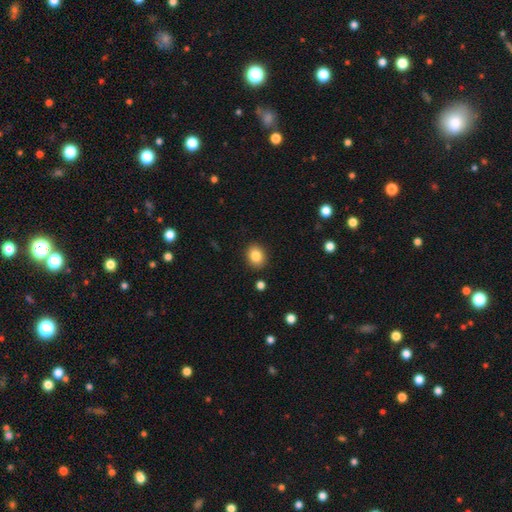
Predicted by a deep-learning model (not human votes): Smooth or featured? Predicted: smooth (p=0.85). How rounded? Predicted: round (p=0.59). Merging? Predicted: none (p=0.89).